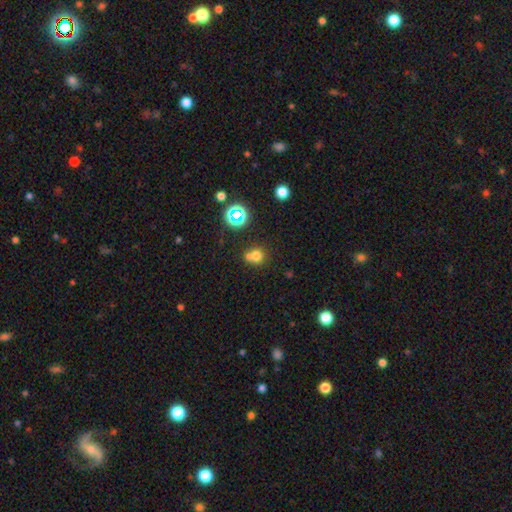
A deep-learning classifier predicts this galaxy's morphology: This is likely a smooth galaxy (69%). How rounded: clearly round (82%). Merging: possibly none (46%).